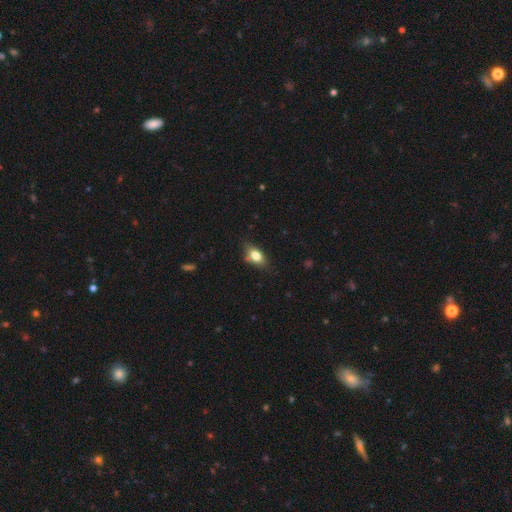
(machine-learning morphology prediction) Smooth or featured: smooth — 77% (featured or disk — 14%)
How rounded: in between — 84% (round — 10%)
Merging: none — 69% (minor disturbance — 23%)